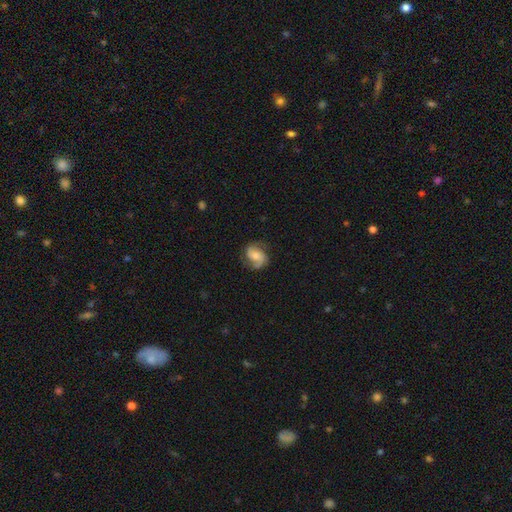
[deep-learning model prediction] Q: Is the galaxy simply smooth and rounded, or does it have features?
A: featured or disk — 68%.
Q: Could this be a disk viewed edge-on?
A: no — 97%.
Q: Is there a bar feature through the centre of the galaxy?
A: no — 53%.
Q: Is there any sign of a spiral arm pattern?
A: yes — 93%.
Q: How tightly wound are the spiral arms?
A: medium — 46%.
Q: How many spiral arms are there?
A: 2 — 83%.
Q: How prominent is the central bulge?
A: moderate — 45%.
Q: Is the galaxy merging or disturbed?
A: none — 71%.